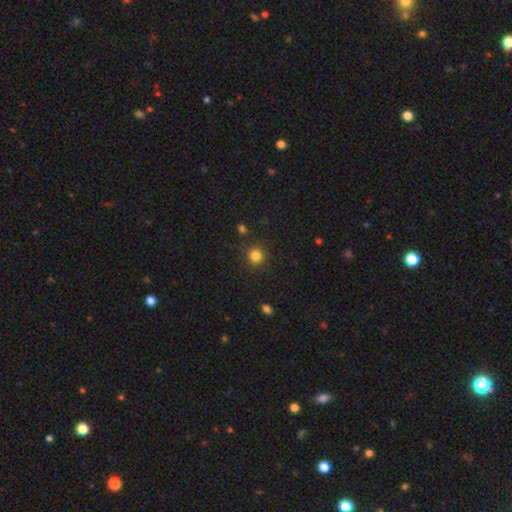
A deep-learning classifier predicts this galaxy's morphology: smooth 83%, star or artifact 12%, featured or disk 4%. Down the decision tree: how rounded — round (92%); merging — none (87%).